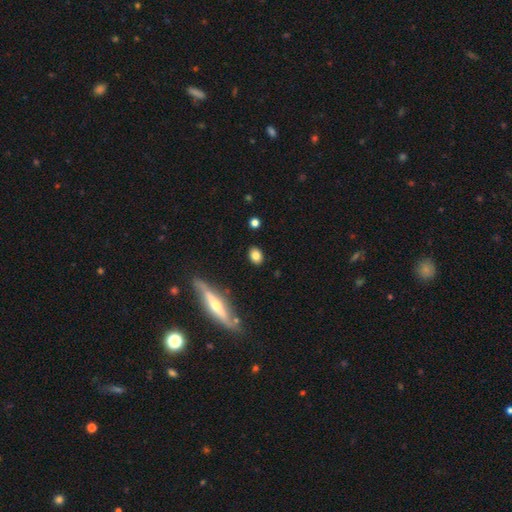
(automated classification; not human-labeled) Overall: smooth (80%). How rounded: in between (60%; round 36%). Merging: none (87%).